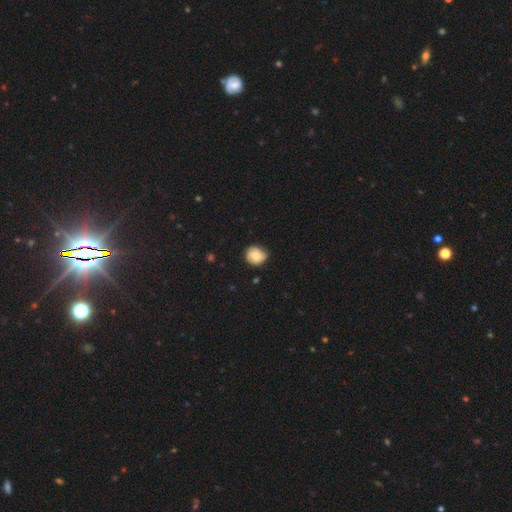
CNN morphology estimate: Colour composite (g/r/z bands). It shows a smooth galaxy with no disk features (68%) that is round (78%). Merging: none (68%).